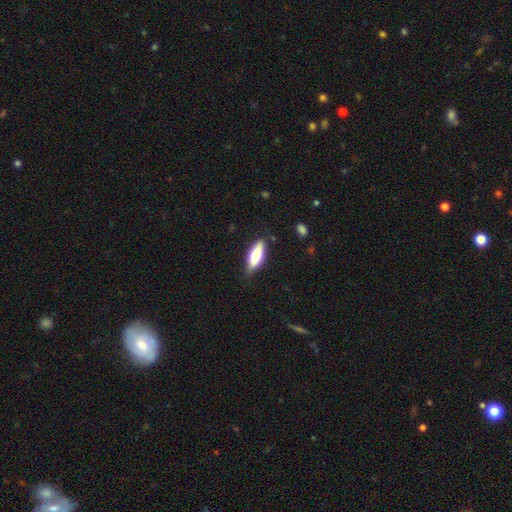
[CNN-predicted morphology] The model was most divided on "how rounded": in between: 55%, cigar-shaped: 43%, round: 2%. More confident: merging — none (80%); smooth or featured — smooth (72%).